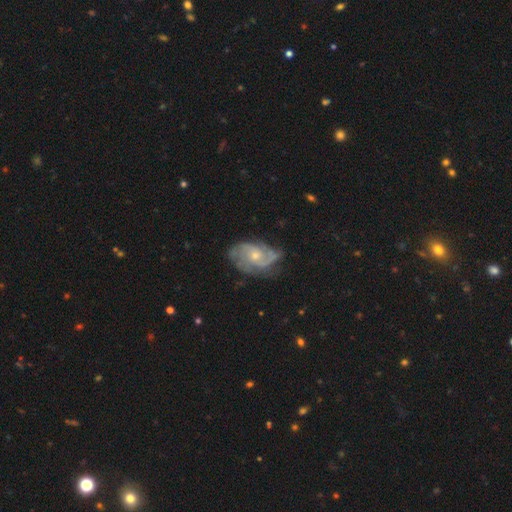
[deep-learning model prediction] Morphology: type=featured or disk (85%); edge-on=no (97%); bar=no (70%); spiral arms=yes (95%); winding=medium (46%); arm count=2 (40%); bulge=small (58%); merging=none (63%).